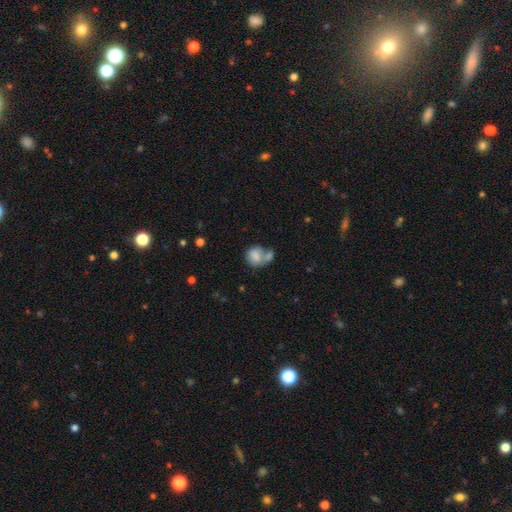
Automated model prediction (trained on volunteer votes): smooth 74%, featured or disk 17%, star or artifact 8%. Down the decision tree: how rounded — round (61%); merging — merger (50%).